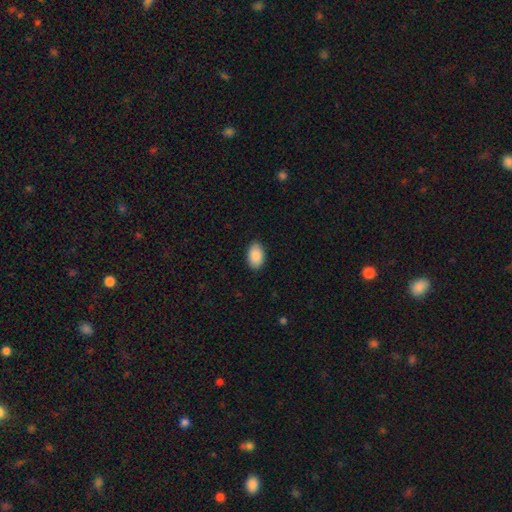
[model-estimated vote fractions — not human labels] Smooth or featured?
  - smooth: 89% *
  - star or artifact: 6%
  - featured or disk: 5%
How rounded?
  - in between: 92% *
  - round: 6%
  - cigar-shaped: 1%
Merging?
  - none: 88% *
  - minor disturbance: 9%
  - major disturbance: 2%
  - merger: 1%